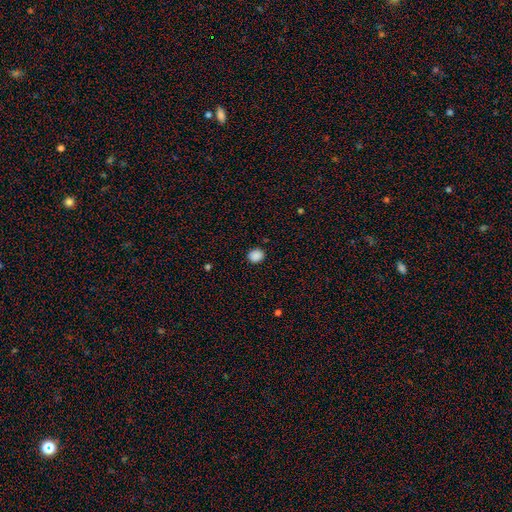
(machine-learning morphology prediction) Overall: smooth (88%). How rounded: round (70%). Merging: none (89%).